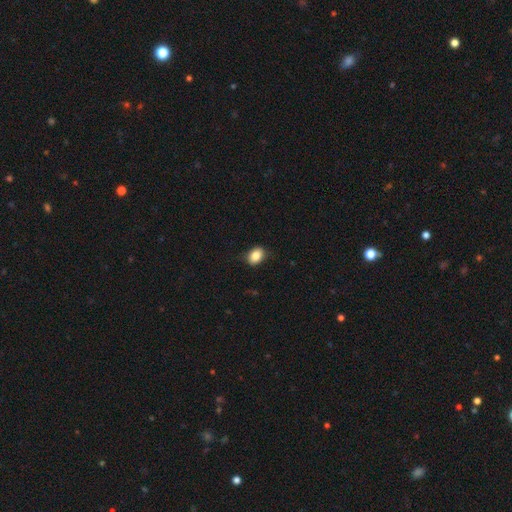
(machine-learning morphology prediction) A smooth galaxy with no disk features (85%) that is in between round and cigar-shaped (68%).

Vote fractions:
- Smooth or featured? smooth: 85% / star or artifact: 9% / featured or disk: 6%
- How rounded? in between: 68% / round: 30% / cigar-shaped: 1%
- Merging? none: 81% / minor disturbance: 15% / major disturbance: 3% / merger: 1%